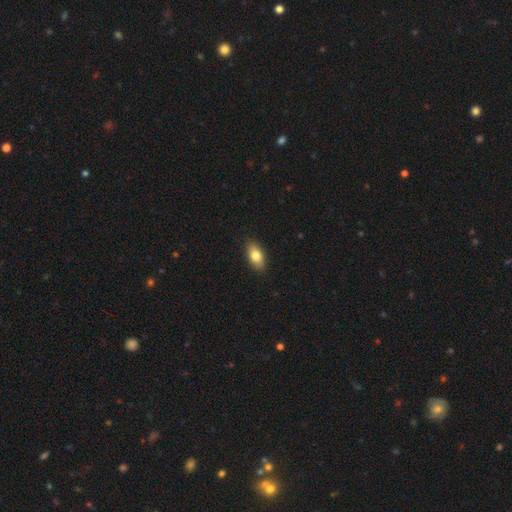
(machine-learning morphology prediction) smooth 80%, featured or disk 13%, star or artifact 7%. Down the decision tree: how rounded — in between (89%); merging — none (89%).